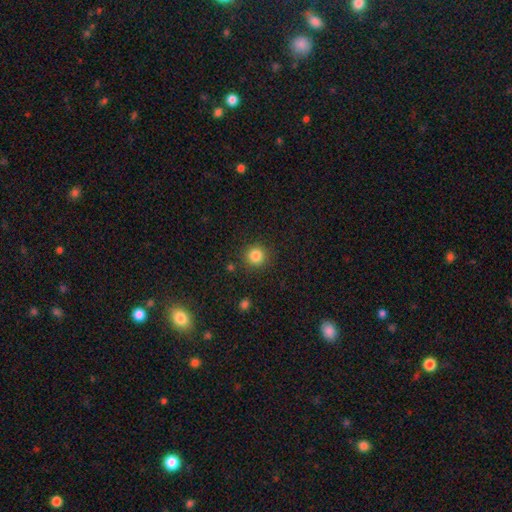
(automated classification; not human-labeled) smooth-or-featured: smooth: 84% | star or artifact: 11% | featured or disk: 5%
  how-rounded: round: 94% | in between: 5% | cigar-shaped: 1%
  merging: none: 89% | minor disturbance: 6% | major disturbance: 2% | merger: 2%